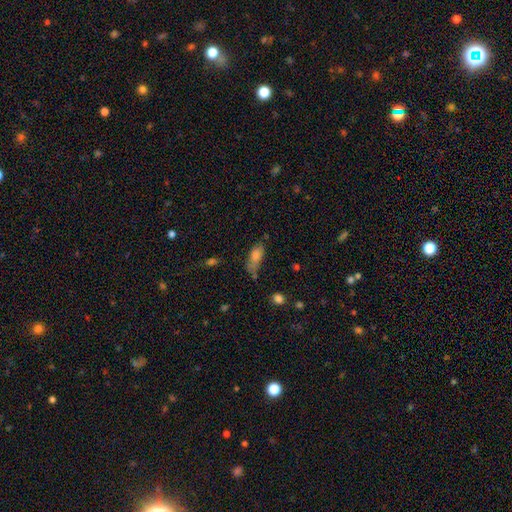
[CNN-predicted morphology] Overall: smooth (69%). How rounded: in between (67%; cigar-shaped 29%). Merging: none (53%; minor disturbance 28%).